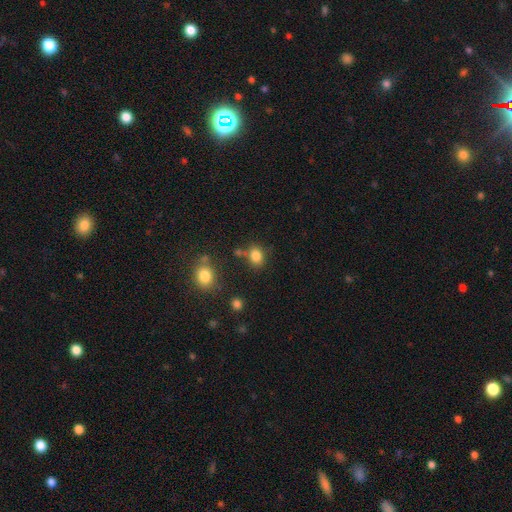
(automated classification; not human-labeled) A smooth galaxy with no disk features (83%) that is in between round and cigar-shaped (53%). Merging: none (69%).